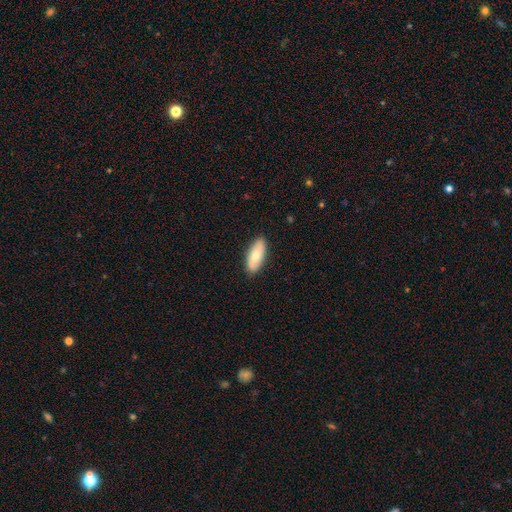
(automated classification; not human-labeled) smooth 69%, featured or disk 26%, star or artifact 5%. Down the decision tree: how rounded — in between (81%); merging — none (87%).